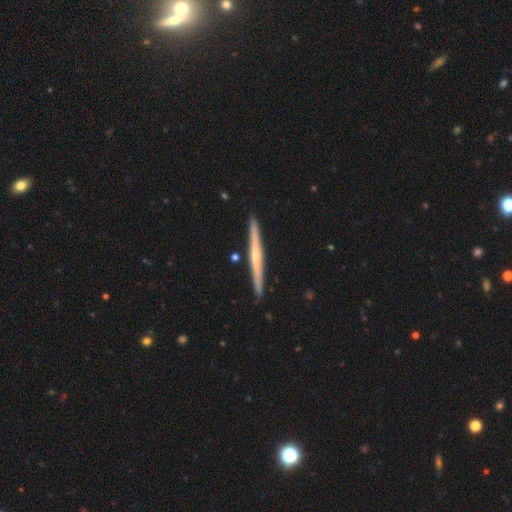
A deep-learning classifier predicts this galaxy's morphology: featured or disk 67%, smooth 28%, star or artifact 5%. Down the decision tree: edge-on disk — yes (98%); edge-on bulge — none (47%); merging — none (91%).